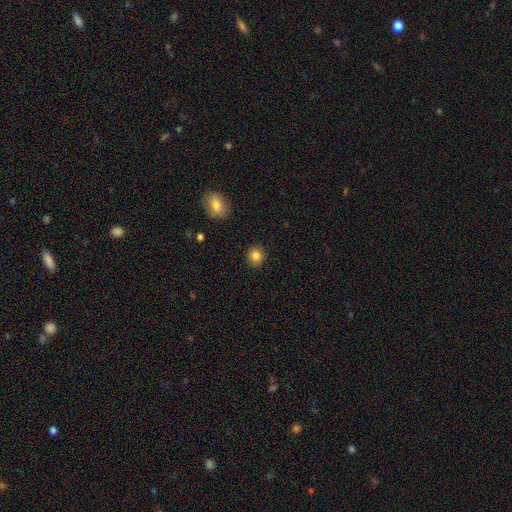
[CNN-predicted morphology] Smooth or featured? smooth (84%)
How rounded? round (81%)
Merging? none (90%)